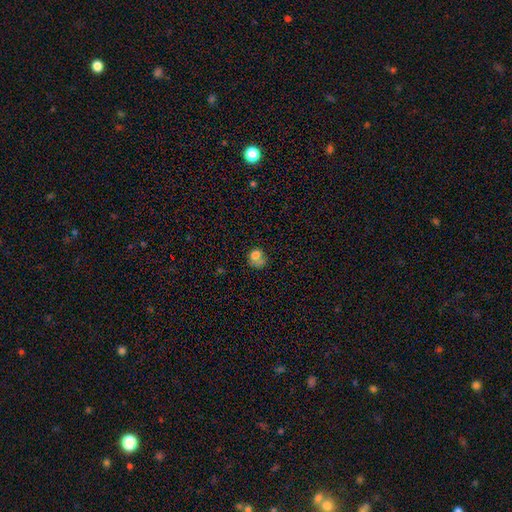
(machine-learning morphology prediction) A smooth galaxy with no disk features (73%) that is round (68%).

Vote fractions:
- Smooth or featured? smooth: 73% / featured or disk: 14% / star or artifact: 12%
- How rounded? round: 68% / in between: 31% / cigar-shaped: 1%
- Merging? none: 38% / major disturbance: 24% / minor disturbance: 24% / merger: 14%